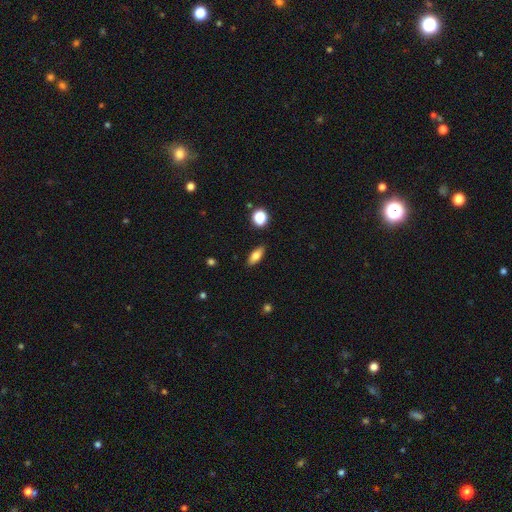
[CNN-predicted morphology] This is likely a smooth galaxy (77%). How rounded: likely in between (75%). Merging: clearly none (88%).